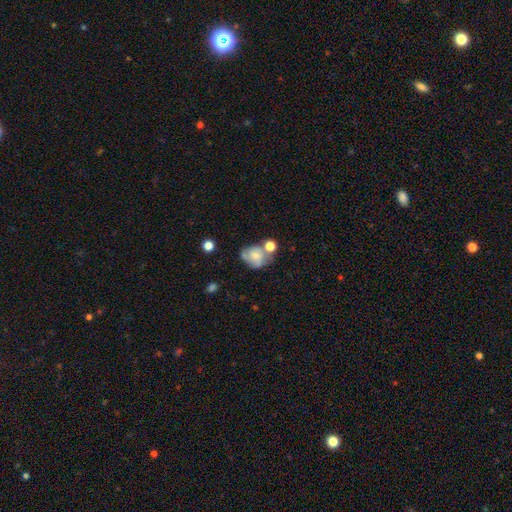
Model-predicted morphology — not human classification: smooth-or-featured: smooth: 53% | featured or disk: 38% | star or artifact: 9%
  how-rounded: round: 50% | in between: 49% | cigar-shaped: 1%
  merging: none: 35% | merger: 29% | minor disturbance: 23% | major disturbance: 14%